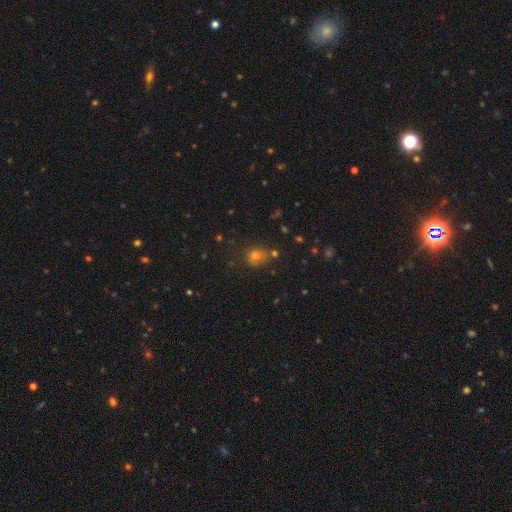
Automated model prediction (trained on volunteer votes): Q: Smooth or featured?
A: smooth (68%); runner-up: star or artifact (23%)
Q: How rounded?
A: round (81%); runner-up: in between (18%)
Q: Merging?
A: none (73%); runner-up: minor disturbance (14%)